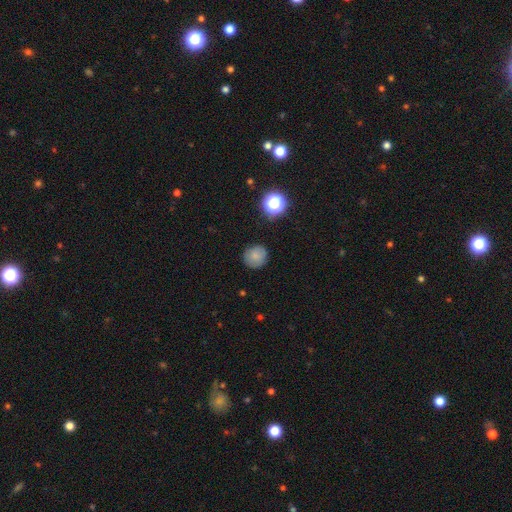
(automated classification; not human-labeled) Morphology: type=smooth (79%); roundness=round (91%); merging=none (85%).